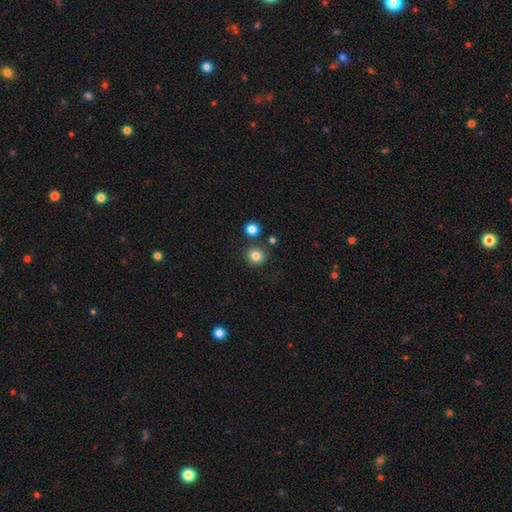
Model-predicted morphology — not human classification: Smooth or featured?
  - smooth: 82% *
  - star or artifact: 12%
  - featured or disk: 6%
How rounded?
  - round: 89% *
  - in between: 11%
  - cigar-shaped: 1%
Merging?
  - none: 84% *
  - minor disturbance: 7%
  - merger: 6%
  - major disturbance: 2%